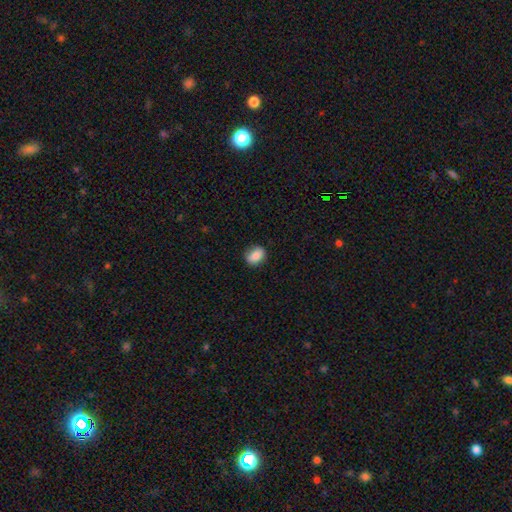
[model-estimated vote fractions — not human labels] Smooth or featured? smooth (83%)
How rounded? in between (61%)
Merging? none (81%)